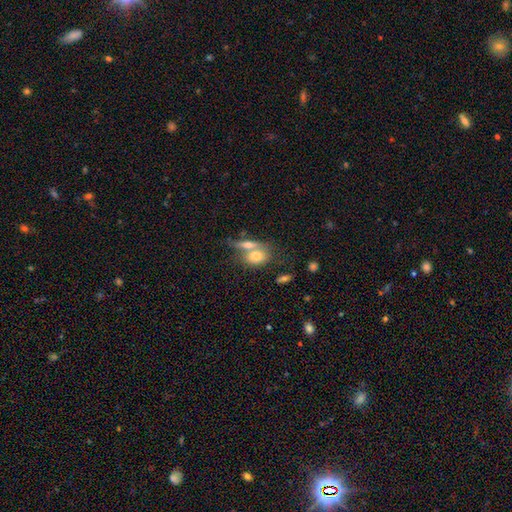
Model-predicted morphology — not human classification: type=smooth (72%); roundness=in between (69%); merging=merger (54%).